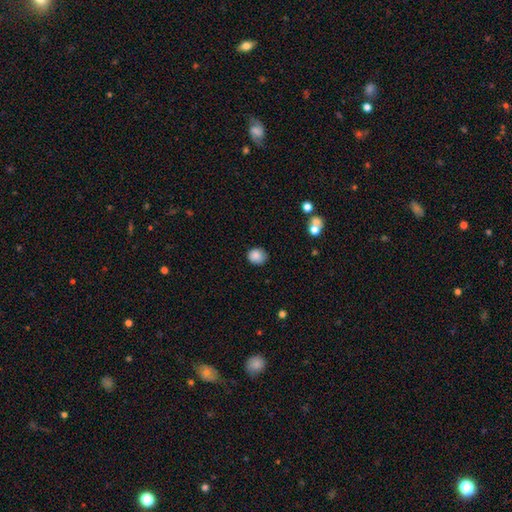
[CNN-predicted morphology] Smooth or featured? Predicted: smooth (p=0.85). How rounded? Predicted: round (p=0.75). Merging? Predicted: none (p=0.77).